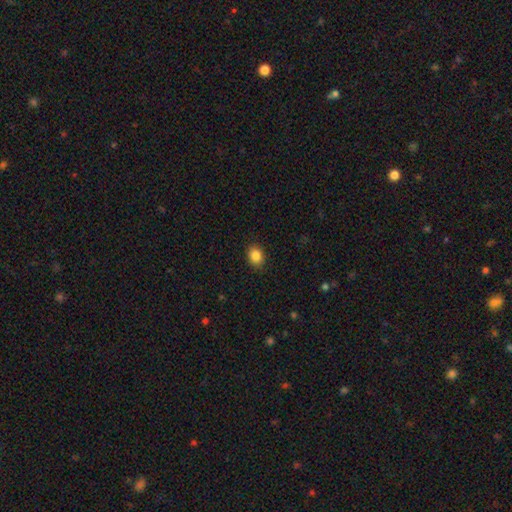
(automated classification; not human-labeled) Smooth or featured? Predicted: smooth (p=0.86). How rounded? Predicted: in between (p=0.57). Merging? Predicted: none (p=0.89).